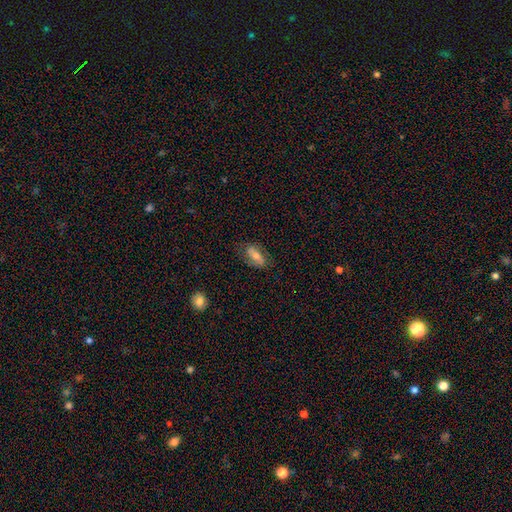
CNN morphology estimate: This appears to be a smooth galaxy with no disk features (49%). Merging: none (75%).